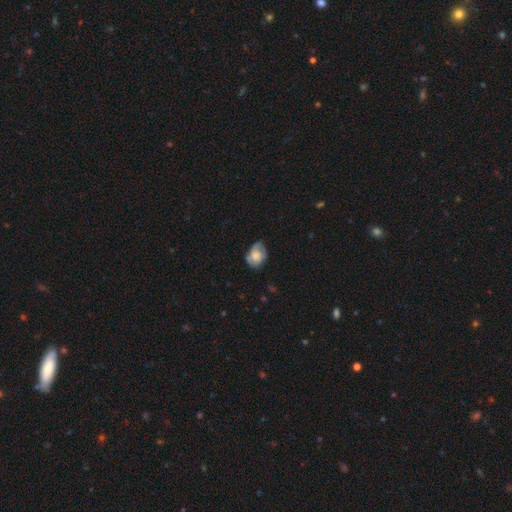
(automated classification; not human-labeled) A smooth galaxy with no disk features (59%) that is in between round and cigar-shaped (68%).

Vote fractions:
- Smooth or featured? smooth: 59% / featured or disk: 33% / star or artifact: 8%
- How rounded? in between: 68% / round: 31% / cigar-shaped: 1%
- Merging? none: 53% / minor disturbance: 34% / major disturbance: 11% / merger: 2%